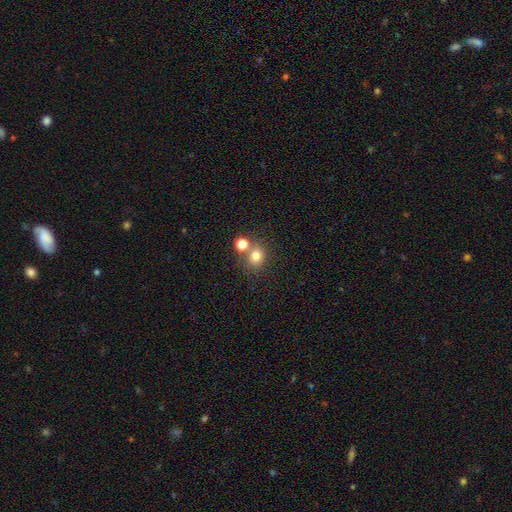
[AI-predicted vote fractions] Q: Smooth or featured?
A: smooth (75%); runner-up: star or artifact (15%)
Q: How rounded?
A: round (77%); runner-up: in between (22%)
Q: Merging?
A: none (58%); runner-up: merger (28%)